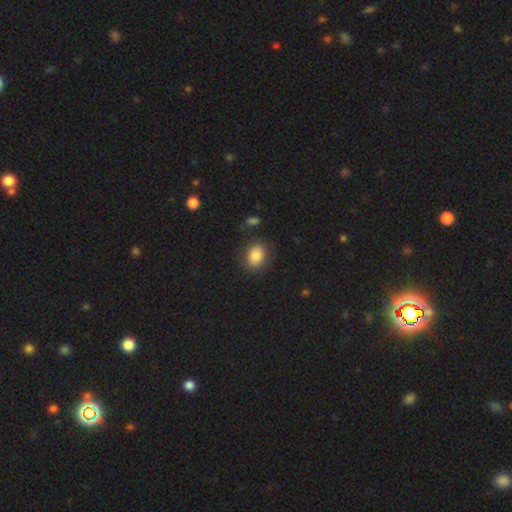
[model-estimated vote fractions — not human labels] smooth-or-featured: smooth: 81% | featured or disk: 10% | star or artifact: 9%
  how-rounded: in between: 62% | round: 37% | cigar-shaped: 1%
  merging: none: 79% | minor disturbance: 13% | major disturbance: 5% | merger: 2%